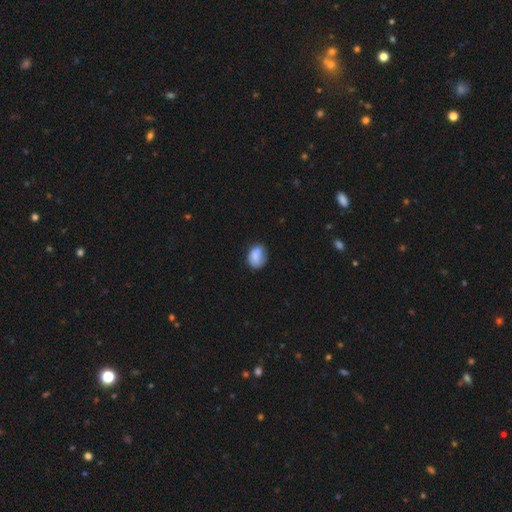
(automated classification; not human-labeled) Smooth or featured? Predicted: smooth (p=0.84). How rounded? Predicted: in between (p=0.66). Merging? Predicted: none (p=0.69).